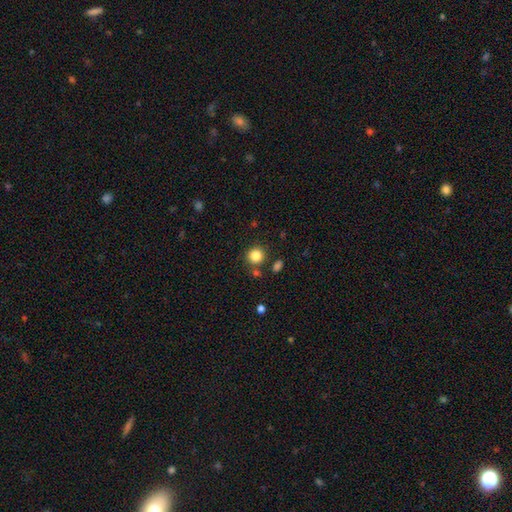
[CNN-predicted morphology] type=smooth (84%); roundness=round (90%); merging=none (82%).